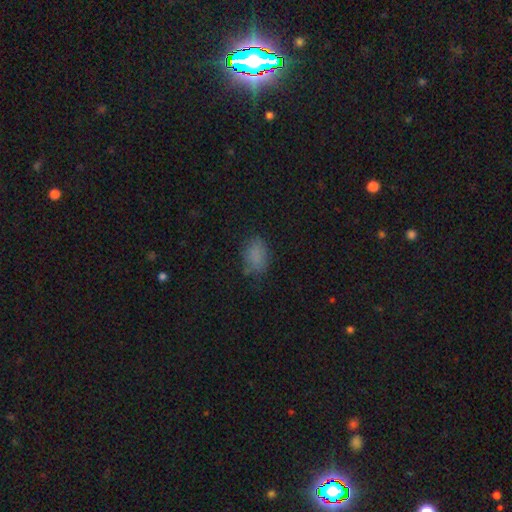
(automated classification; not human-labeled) The model was most divided on "merging": none: 71%, minor disturbance: 21%, major disturbance: 6%, merger: 2%. More confident: how rounded — in between (84%); smooth or featured — smooth (81%).